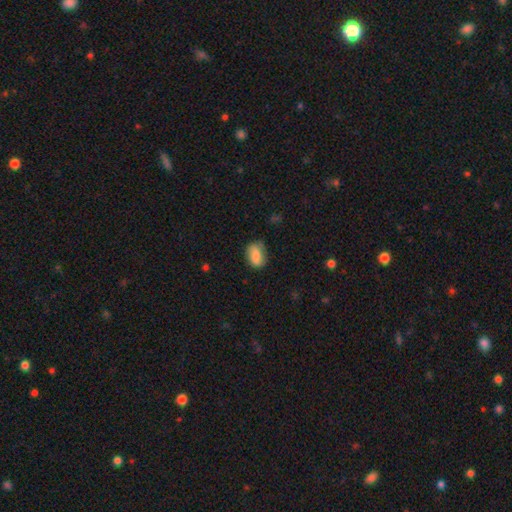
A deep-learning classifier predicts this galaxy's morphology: smooth-or-featured: smooth: 75% | featured or disk: 17% | star or artifact: 8%
  how-rounded: in between: 81% | round: 17% | cigar-shaped: 2%
  merging: none: 64% | minor disturbance: 27% | major disturbance: 7% | merger: 2%